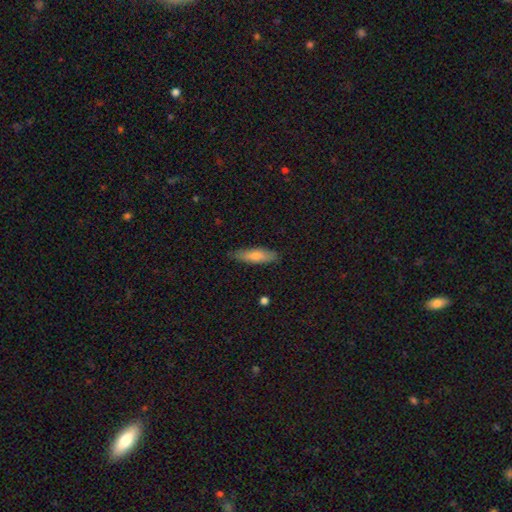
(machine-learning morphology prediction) The model was most divided on "how rounded": cigar-shaped: 60%, in between: 38%, round: 2%. More confident: merging — none (81%); smooth or featured — smooth (75%).